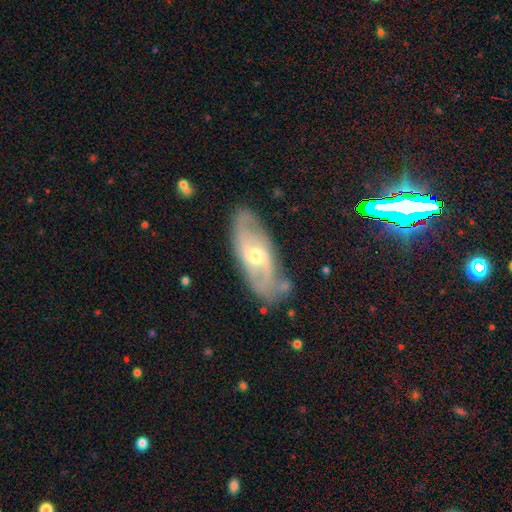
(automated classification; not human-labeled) This is likely a featured or disk galaxy (77%). It is clearly not viewed edge-on (88%). Bar: possibly weak (47%). Spiral arm pattern: clearly yes (86%). Spiral arm count: likely 2 (72%). Spiral winding: possibly medium (45%). Central bulge: possibly moderate (59%). Merging: likely none (76%).